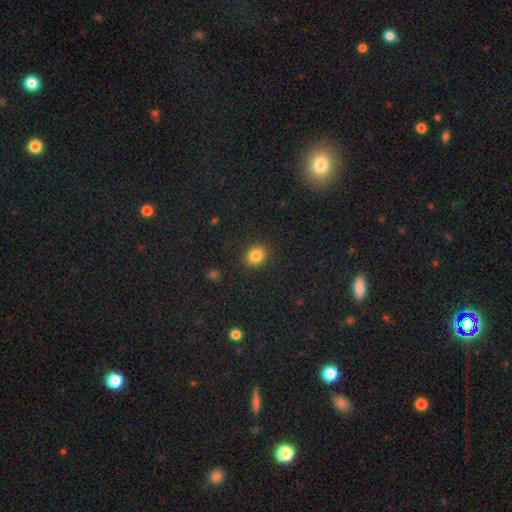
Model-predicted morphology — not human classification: smooth_or_featured: smooth (p=0.84) [alt: star or artifact p=0.11]
how_rounded: round (p=0.66) [alt: in between p=0.33]
merging: none (p=0.89) [alt: minor disturbance p=0.07]